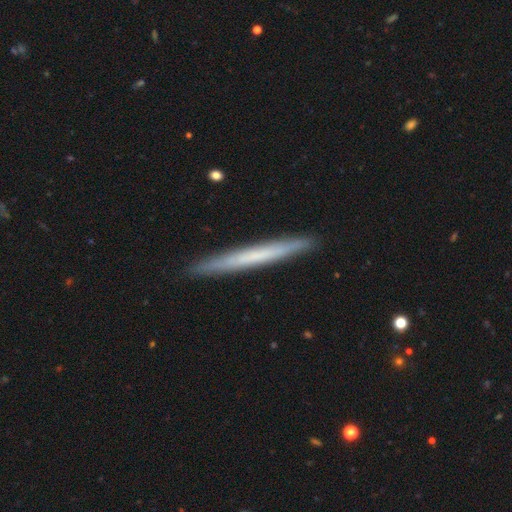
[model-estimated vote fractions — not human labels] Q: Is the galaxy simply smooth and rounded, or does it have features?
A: smooth — 50%.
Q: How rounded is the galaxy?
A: cigar-shaped — 97%.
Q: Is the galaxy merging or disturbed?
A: none — 91%.